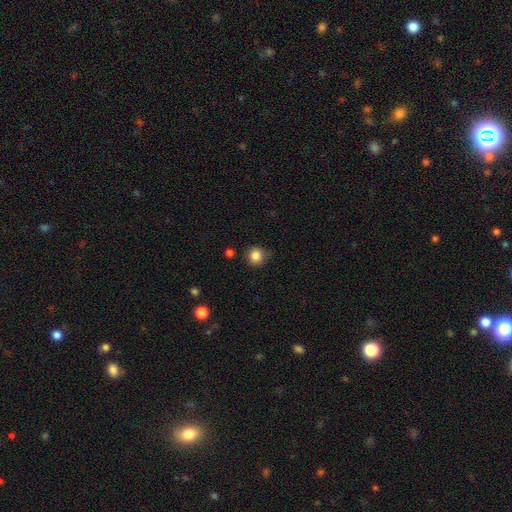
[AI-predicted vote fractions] The model was most divided on "merging": none: 75%, minor disturbance: 18%, major disturbance: 4%, merger: 3%. More confident: how rounded — round (89%); smooth or featured — smooth (85%).